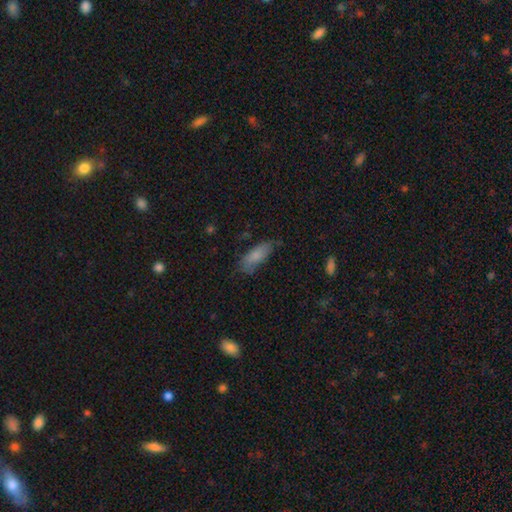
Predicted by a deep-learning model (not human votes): smooth-or-featured: smooth: 79% | featured or disk: 13% | star or artifact: 7%
  how-rounded: in between: 72% | cigar-shaped: 26% | round: 2%
  merging: none: 57% | minor disturbance: 31% | major disturbance: 9% | merger: 3%